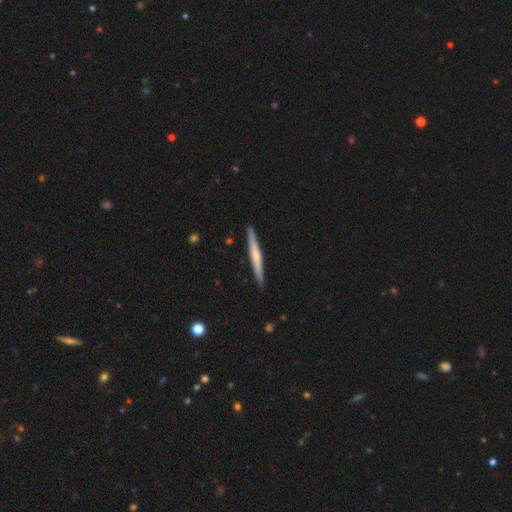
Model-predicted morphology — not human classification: Smooth or featured?
  - smooth: 50% *
  - featured or disk: 45%
  - star or artifact: 5%
Merging?
  - none: 91% *
  - minor disturbance: 7%
  - major disturbance: 1%
  - merger: 1%